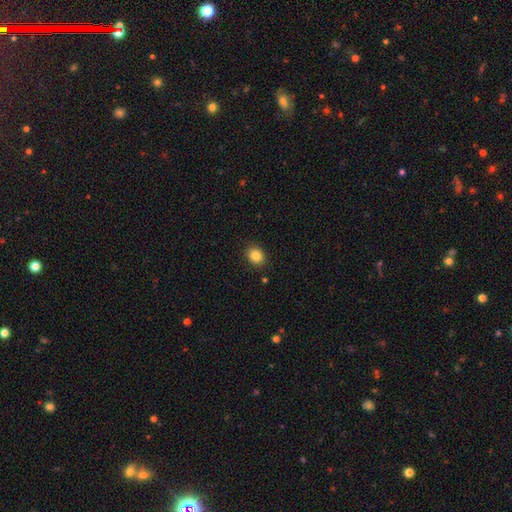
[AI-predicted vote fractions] smooth_or_featured: smooth (p=0.85) [alt: star or artifact p=0.10]
how_rounded: round (p=0.60) [alt: in between p=0.39]
merging: none (p=0.89) [alt: minor disturbance p=0.08]